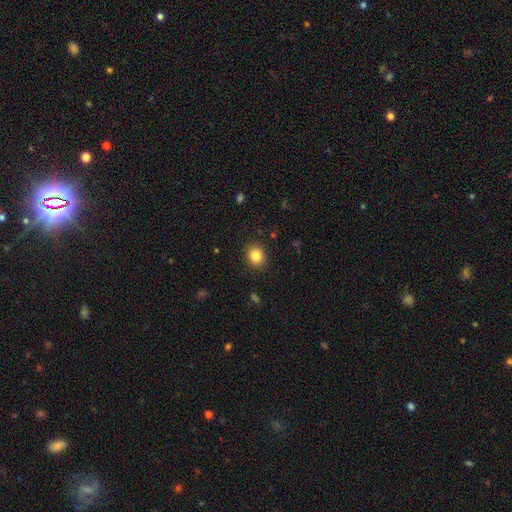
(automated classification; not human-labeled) Q: Smooth or featured?
A: smooth (84%); runner-up: star or artifact (10%)
Q: How rounded?
A: round (69%); runner-up: in between (30%)
Q: Merging?
A: none (89%); runner-up: minor disturbance (8%)